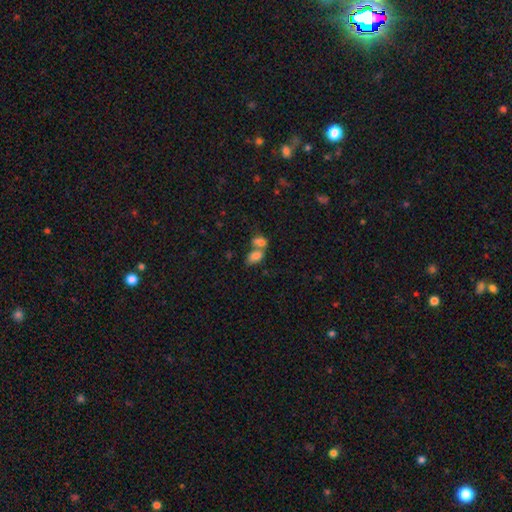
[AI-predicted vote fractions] A smooth galaxy with no disk features (79%) that is in between round and cigar-shaped (90%). Merging: merger (62%).